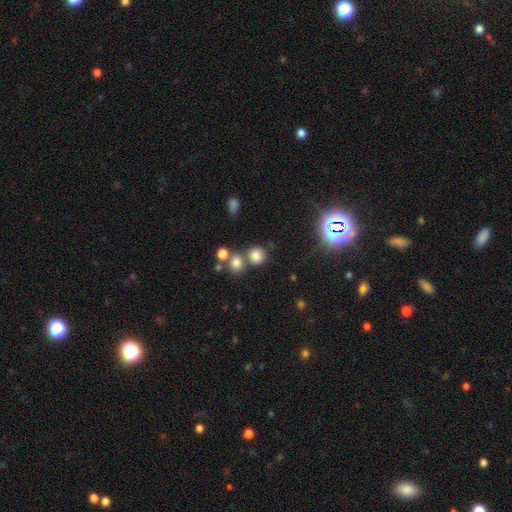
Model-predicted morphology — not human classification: Smooth or featured? Predicted: smooth (p=0.77). How rounded? Predicted: round (p=0.84). Merging? Predicted: none (p=0.63).